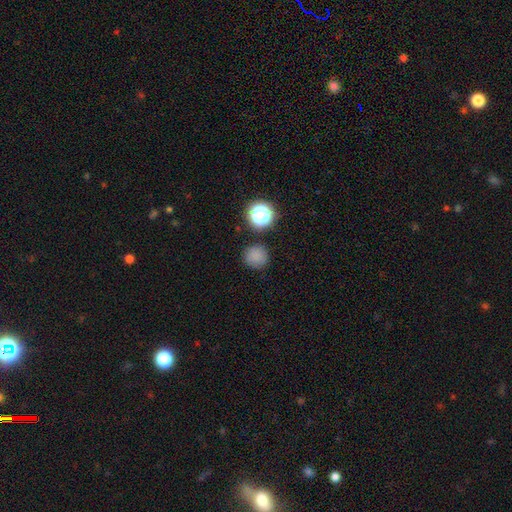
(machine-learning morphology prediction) Smooth or featured? smooth (78%)
How rounded? round (92%)
Merging? none (83%)